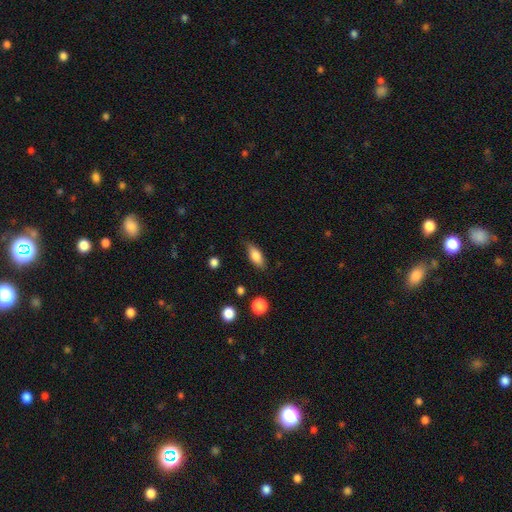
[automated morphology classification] Q: Smooth or featured?
A: smooth (80%); runner-up: featured or disk (13%)
Q: How rounded?
A: in between (80%); runner-up: cigar-shaped (16%)
Q: Merging?
A: none (80%); runner-up: minor disturbance (15%)